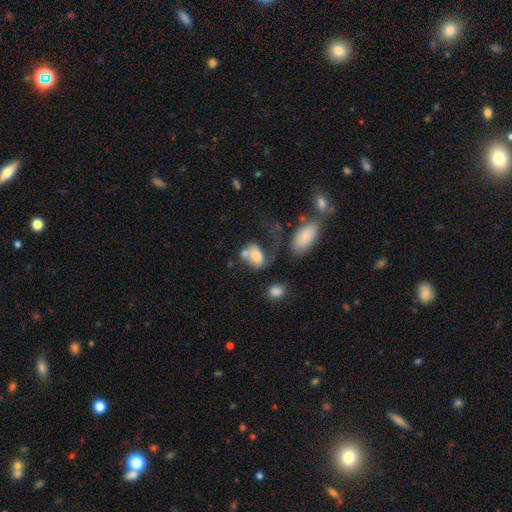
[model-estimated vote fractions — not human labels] Smooth or featured?
  - smooth: 63% *
  - featured or disk: 28%
  - star or artifact: 9%
How rounded?
  - in between: 75% *
  - round: 24%
  - cigar-shaped: 2%
Merging?
  - merger: 34% *
  - major disturbance: 29%
  - none: 22%
  - minor disturbance: 15%